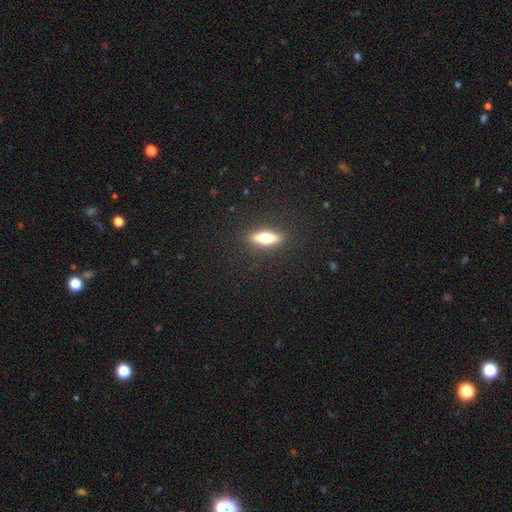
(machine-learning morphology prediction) A smooth galaxy with no disk features (52%) that is in between round and cigar-shaped (58%). Merging: none (89%).